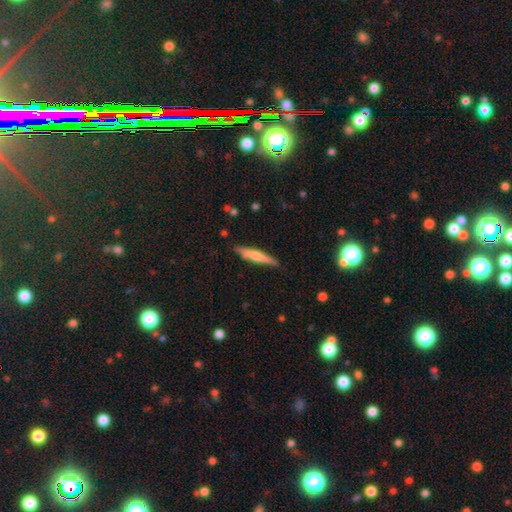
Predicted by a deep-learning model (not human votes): A smooth galaxy with no disk features (61%) that is cigar-shaped (91%).

Vote fractions:
- Smooth or featured? smooth: 61% / featured or disk: 33% / star or artifact: 6%
- How rounded? cigar-shaped: 91% / in between: 8% / round: 1%
- Merging? none: 85% / minor disturbance: 12% / major disturbance: 2% / merger: 2%